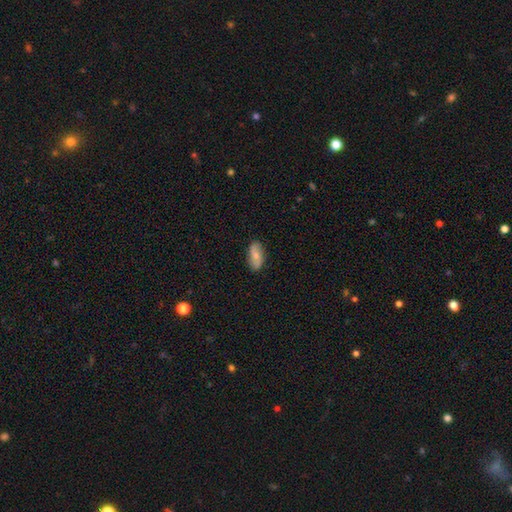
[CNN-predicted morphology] Smooth or featured? smooth (61%)
How rounded? in between (86%)
Merging? none (84%)